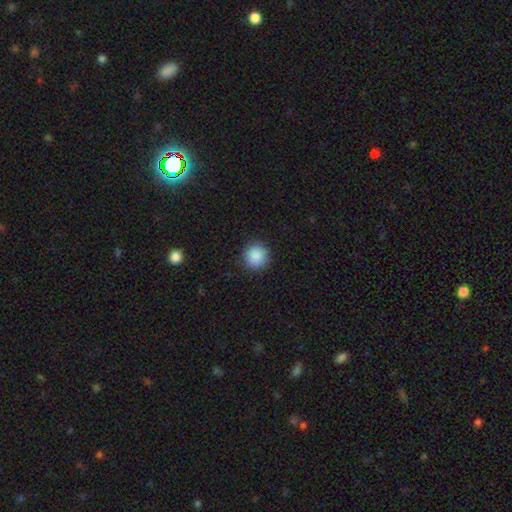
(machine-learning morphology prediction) Q: Smooth or featured?
A: smooth (89%); runner-up: star or artifact (8%)
Q: How rounded?
A: round (94%); runner-up: in between (5%)
Q: Merging?
A: none (91%); runner-up: minor disturbance (6%)